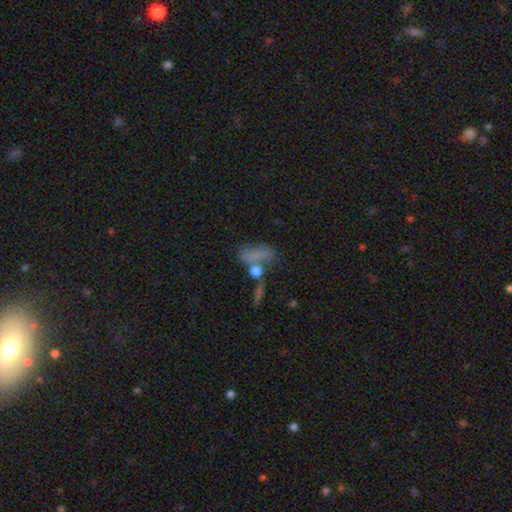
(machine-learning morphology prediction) A smooth galaxy with no disk features (62%) that is in between round and cigar-shaped (73%). Merging: none (38%).